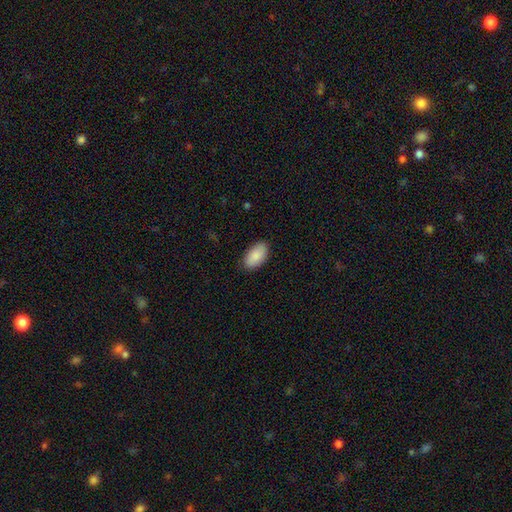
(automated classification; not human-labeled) Smooth or featured?
  - smooth: 87% *
  - featured or disk: 7%
  - star or artifact: 6%
How rounded?
  - in between: 95% *
  - round: 3%
  - cigar-shaped: 2%
Merging?
  - none: 87% *
  - minor disturbance: 10%
  - major disturbance: 2%
  - merger: 1%